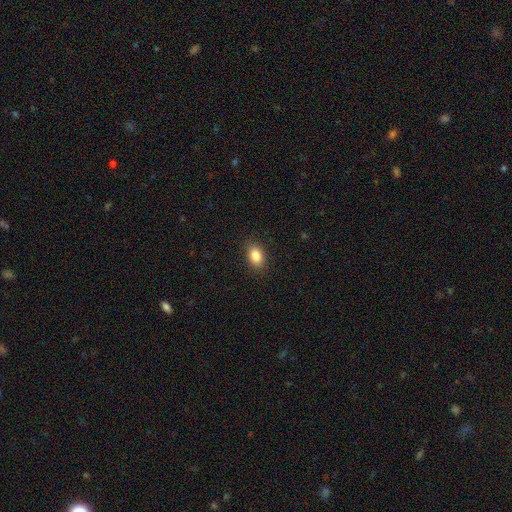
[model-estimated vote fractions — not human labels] Smooth or featured? smooth (85%)
How rounded? in between (84%)
Merging? none (88%)